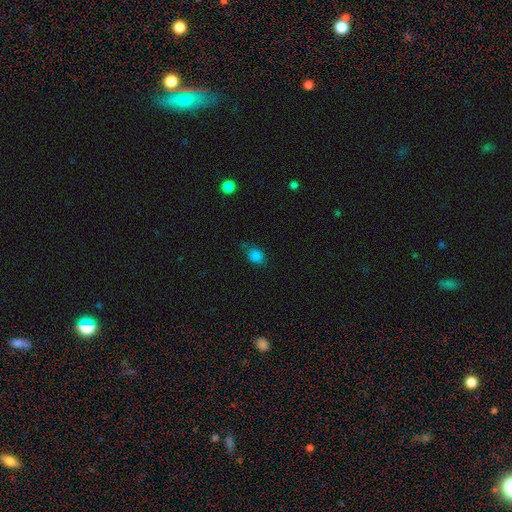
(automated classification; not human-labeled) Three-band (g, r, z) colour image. It shows a smooth galaxy with no disk features (82%) that is round (55%). Merging: none (66%).